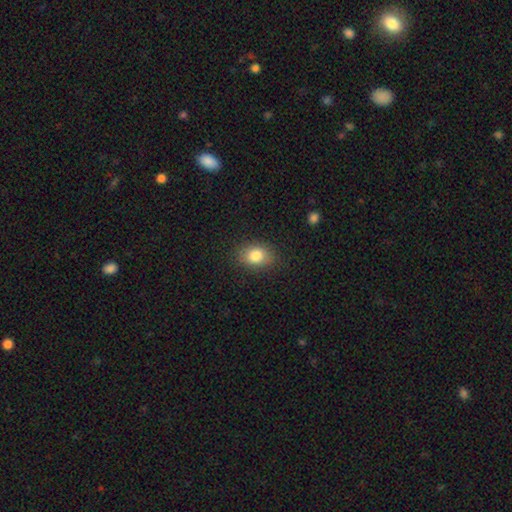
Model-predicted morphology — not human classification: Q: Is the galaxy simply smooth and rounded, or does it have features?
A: smooth — 83%.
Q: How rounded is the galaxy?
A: in between — 65%.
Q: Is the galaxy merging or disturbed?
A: none — 84%.